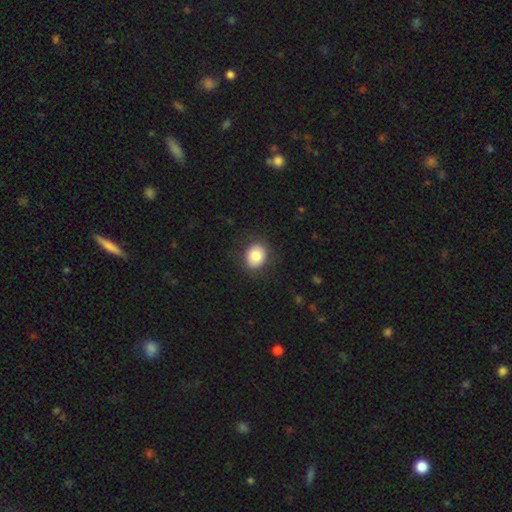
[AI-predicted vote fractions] smooth_or_featured: smooth (p=0.84) [alt: star or artifact p=0.08]
how_rounded: round (p=0.60) [alt: in between p=0.39]
merging: none (p=0.86) [alt: minor disturbance p=0.09]